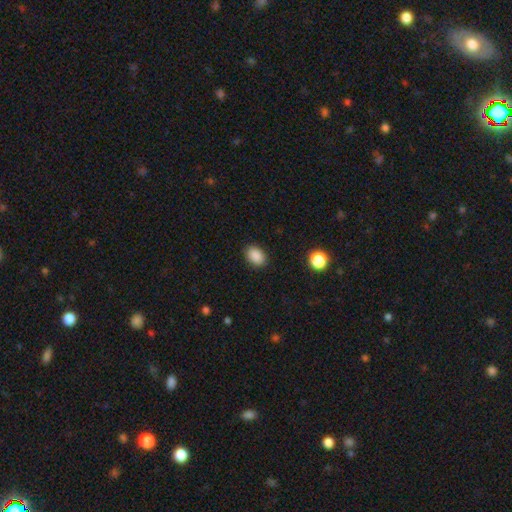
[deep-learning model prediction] Smooth or featured?
  - smooth: 88% *
  - star or artifact: 9%
  - featured or disk: 3%
How rounded?
  - in between: 75% *
  - round: 24%
  - cigar-shaped: 1%
Merging?
  - none: 89% *
  - minor disturbance: 8%
  - major disturbance: 2%
  - merger: 1%